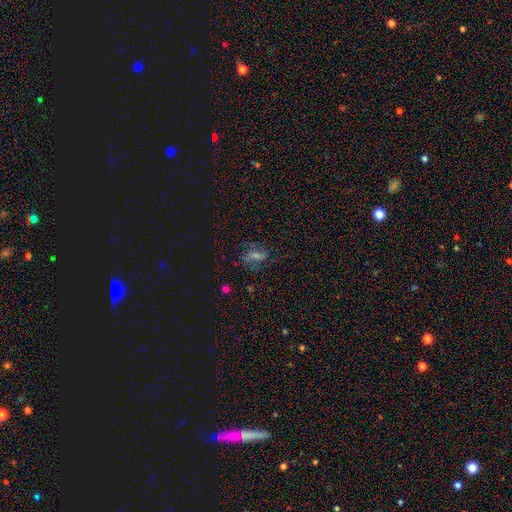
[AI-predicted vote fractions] Smooth or featured? Predicted: featured or disk (p=0.47). Merging? Predicted: none (p=0.63).